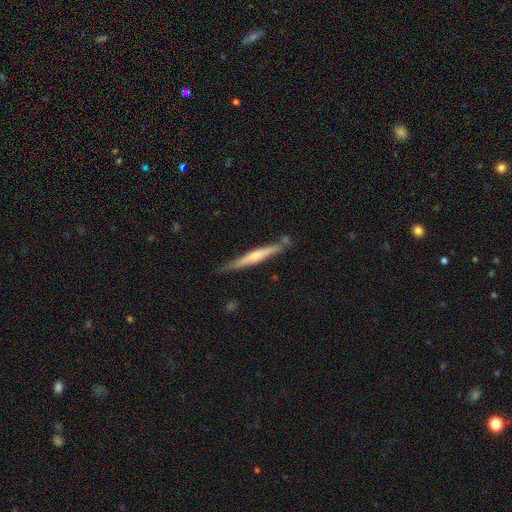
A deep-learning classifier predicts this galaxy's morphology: Smooth or featured?
  - featured or disk: 55% *
  - smooth: 39%
  - star or artifact: 5%
Edge-on disk?
  - yes: 96% *
  - no: 4%
Edge-on bulge?
  - rounded: 67% *
  - none: 25%
  - boxy: 8%
Merging?
  - none: 80% *
  - minor disturbance: 14%
  - merger: 4%
  - major disturbance: 2%